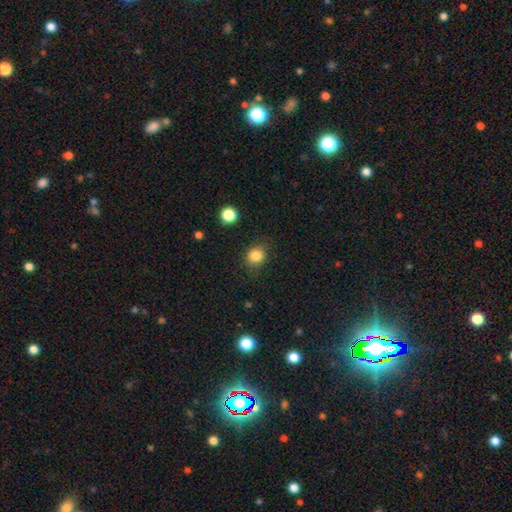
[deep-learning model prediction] This appears to be a smooth galaxy with no disk features (84%) that is round (71%). Merging: none (82%).